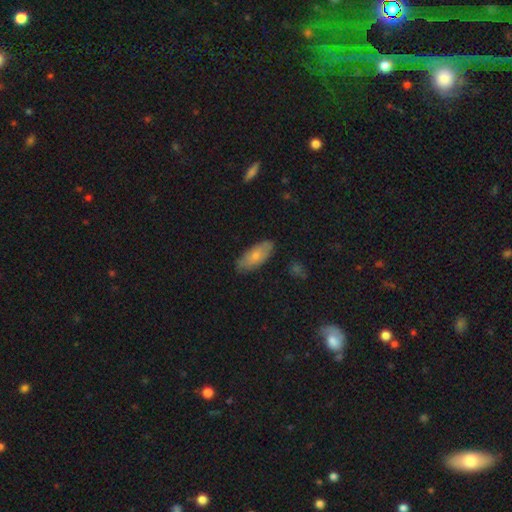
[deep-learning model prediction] A smooth galaxy with no disk features (74%) that is in between round and cigar-shaped (85%).

Vote fractions:
- Smooth or featured? smooth: 74% / featured or disk: 21% / star or artifact: 6%
- How rounded? in between: 85% / cigar-shaped: 13% / round: 2%
- Merging? none: 80% / minor disturbance: 16% / major disturbance: 3% / merger: 1%